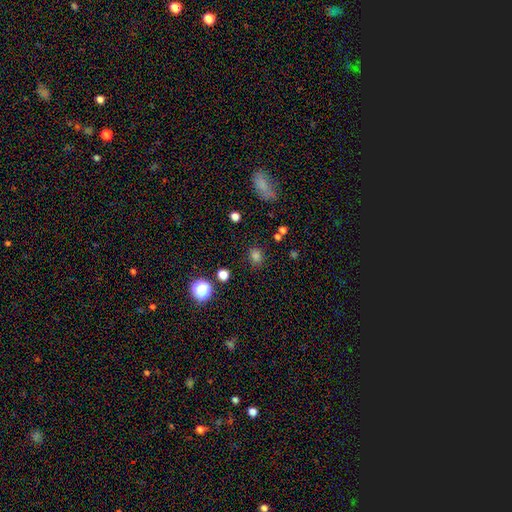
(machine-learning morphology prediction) Smooth or featured? Predicted: smooth (p=0.76). How rounded? Predicted: round (p=0.64). Merging? Predicted: none (p=0.82).